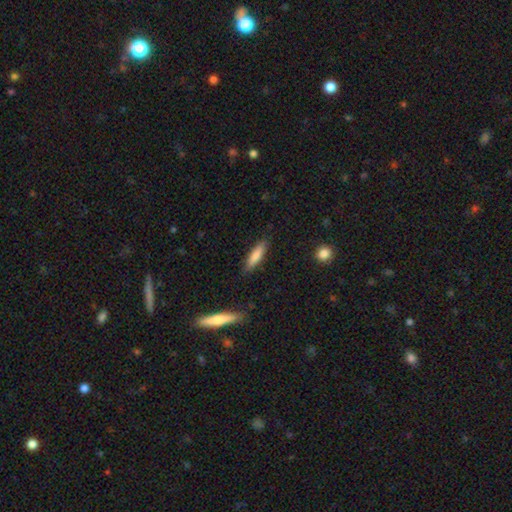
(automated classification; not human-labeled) Q: Smooth or featured?
A: smooth (78%); runner-up: featured or disk (16%)
Q: How rounded?
A: cigar-shaped (66%); runner-up: in between (32%)
Q: Merging?
A: none (86%); runner-up: minor disturbance (10%)